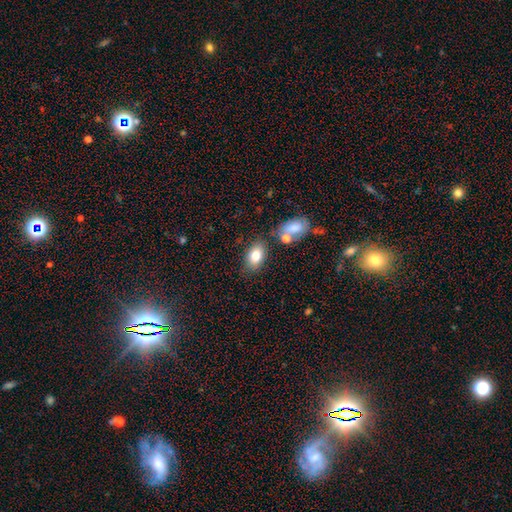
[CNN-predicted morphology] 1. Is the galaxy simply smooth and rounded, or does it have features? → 82% smooth, 10% featured or disk, 8% star or artifact.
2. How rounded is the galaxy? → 89% in between, 10% round, 2% cigar-shaped.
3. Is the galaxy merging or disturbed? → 72% none, 14% minor disturbance, 11% merger, 4% major disturbance.